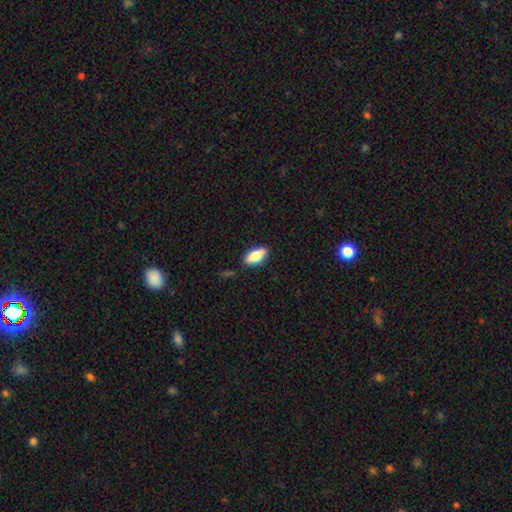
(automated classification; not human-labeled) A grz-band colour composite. It shows a smooth galaxy with no disk features (76%) that is in between round and cigar-shaped (85%). Merging: none (86%).